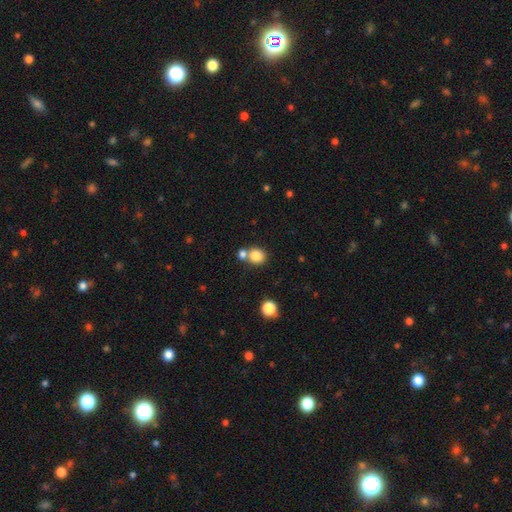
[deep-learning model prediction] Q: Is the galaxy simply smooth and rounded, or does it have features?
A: smooth — 83%.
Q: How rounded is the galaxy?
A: round — 81%.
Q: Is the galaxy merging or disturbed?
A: none — 57%.